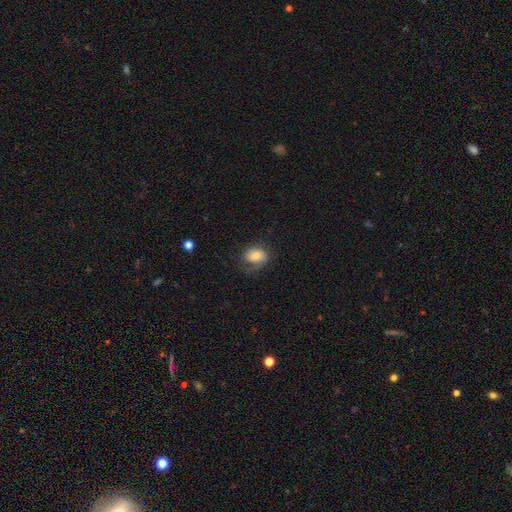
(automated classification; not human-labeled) Smooth or featured: smooth — 59% (featured or disk — 33%)
How rounded: in between — 64% (round — 35%)
Merging: none — 51% (minor disturbance — 25%)